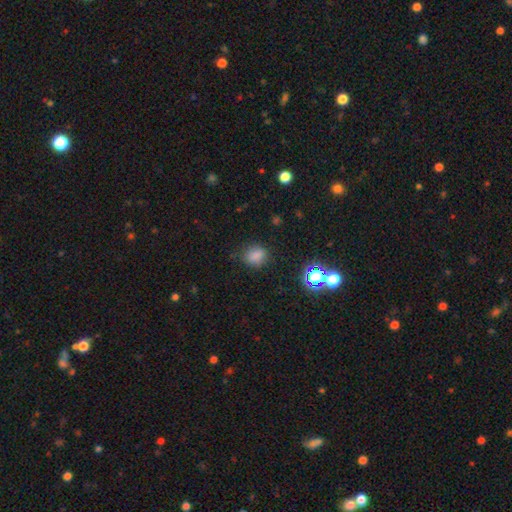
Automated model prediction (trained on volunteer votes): A smooth galaxy with no disk features (79%) that is round (57%). Merging: none (79%).